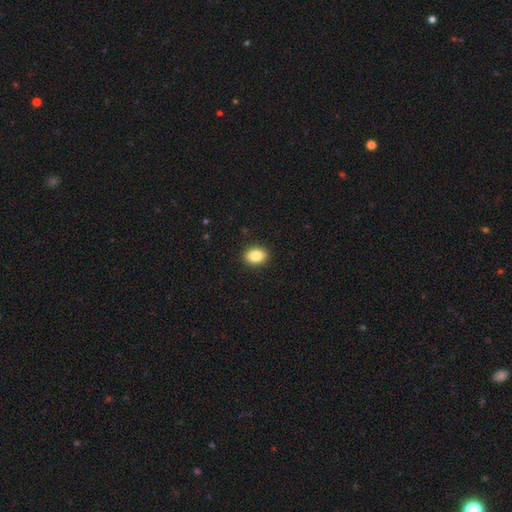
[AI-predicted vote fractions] smooth_or_featured: smooth (p=0.86) [alt: star or artifact p=0.09]
how_rounded: in between (p=0.70) [alt: round p=0.29]
merging: none (p=0.91) [alt: minor disturbance p=0.06]